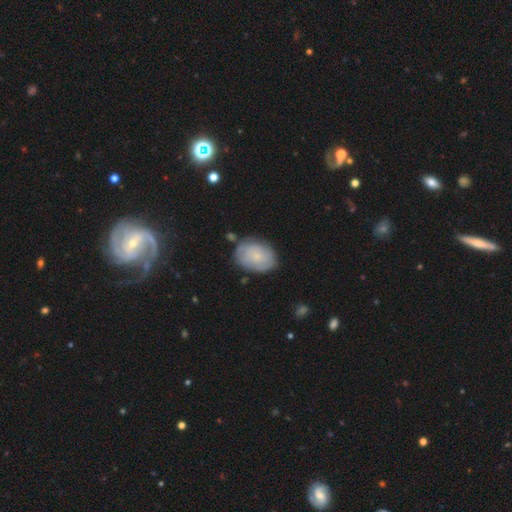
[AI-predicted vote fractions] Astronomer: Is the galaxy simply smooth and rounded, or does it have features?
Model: smooth — 61%.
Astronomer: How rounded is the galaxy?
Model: in between — 79%.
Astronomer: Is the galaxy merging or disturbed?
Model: none — 73%.